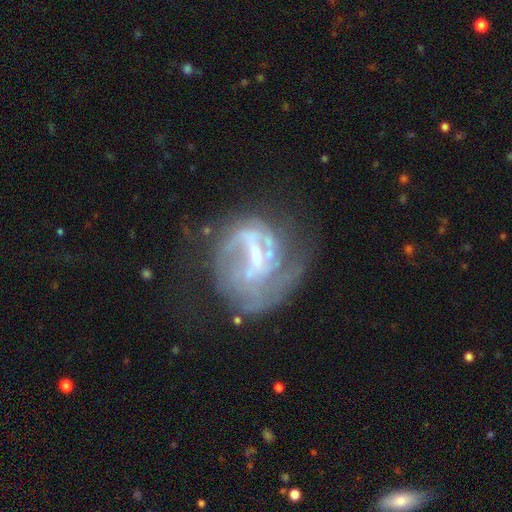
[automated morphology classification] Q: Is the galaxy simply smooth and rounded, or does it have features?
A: featured or disk — 78%.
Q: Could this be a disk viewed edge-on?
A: no — 97%.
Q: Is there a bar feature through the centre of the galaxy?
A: weak — 45%.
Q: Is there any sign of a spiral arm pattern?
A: yes — 71%.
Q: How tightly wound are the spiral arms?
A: medium — 38%.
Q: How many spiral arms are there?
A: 2 — 32%, tied with can't tell.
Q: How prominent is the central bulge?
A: small — 45%.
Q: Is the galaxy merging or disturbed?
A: none — 40%.